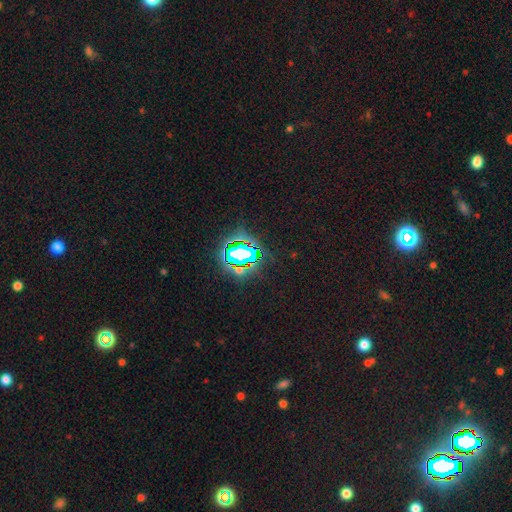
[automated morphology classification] This appears to be a star or artifact, not a galaxy (82%).